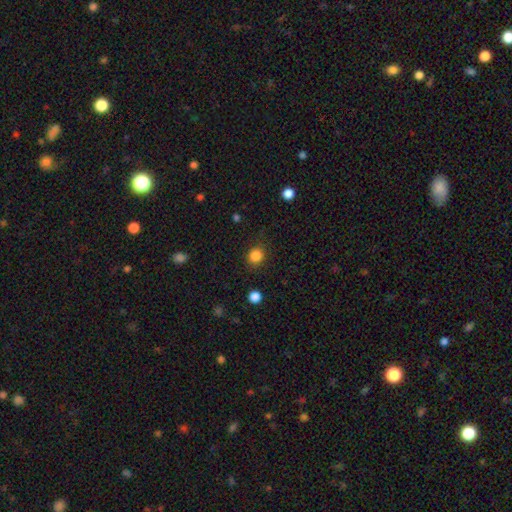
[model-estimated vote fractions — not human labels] Smooth or featured? smooth (85%)
How rounded? round (87%)
Merging? none (86%)